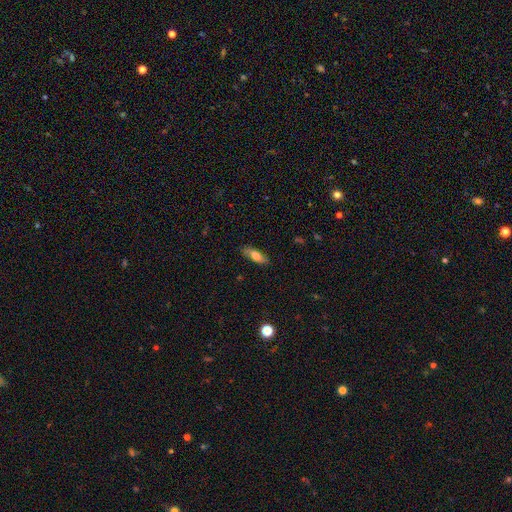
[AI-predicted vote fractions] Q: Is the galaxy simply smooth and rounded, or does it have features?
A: smooth — 67%.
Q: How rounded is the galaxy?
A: in between — 61%.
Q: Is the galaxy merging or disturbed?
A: none — 81%.